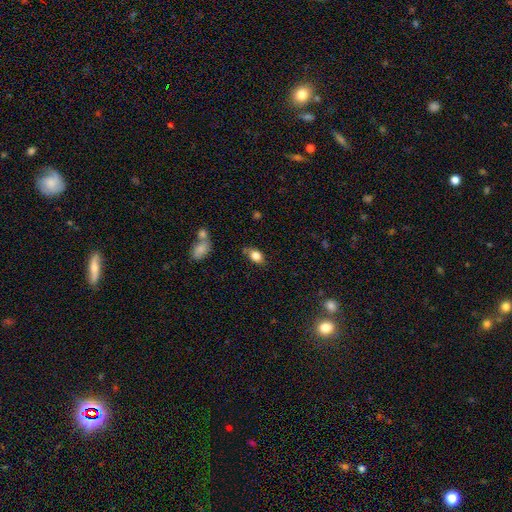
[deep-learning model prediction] This is clearly a smooth galaxy (83%). How rounded: clearly in between (81%). Merging: likely none (64%).